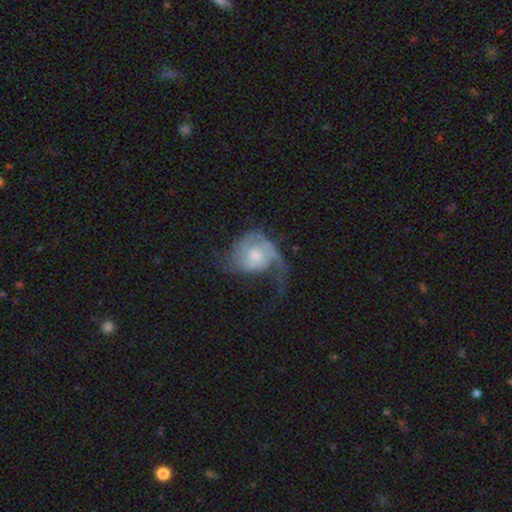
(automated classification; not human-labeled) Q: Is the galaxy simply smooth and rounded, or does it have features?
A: featured or disk — 70%.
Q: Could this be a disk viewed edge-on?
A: no — 98%.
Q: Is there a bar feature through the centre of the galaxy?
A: no — 64%.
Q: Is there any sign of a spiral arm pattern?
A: yes — 87%.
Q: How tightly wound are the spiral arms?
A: loose — 43%.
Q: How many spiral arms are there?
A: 1 — 44%.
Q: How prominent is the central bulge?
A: moderate — 45%.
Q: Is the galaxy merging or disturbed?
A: major disturbance — 50%.